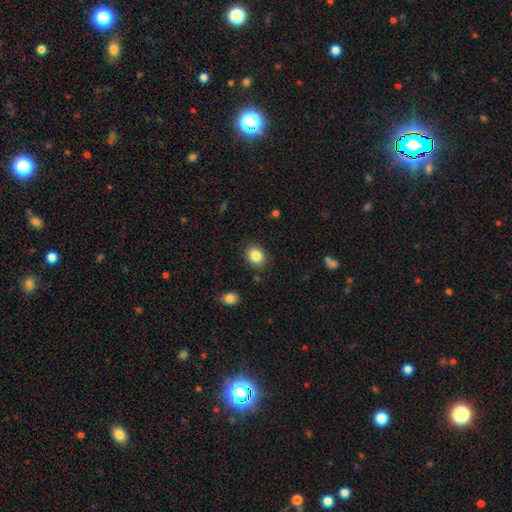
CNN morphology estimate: This appears to be a smooth galaxy with no disk features (85%) that is round (57%). Merging: none (85%).